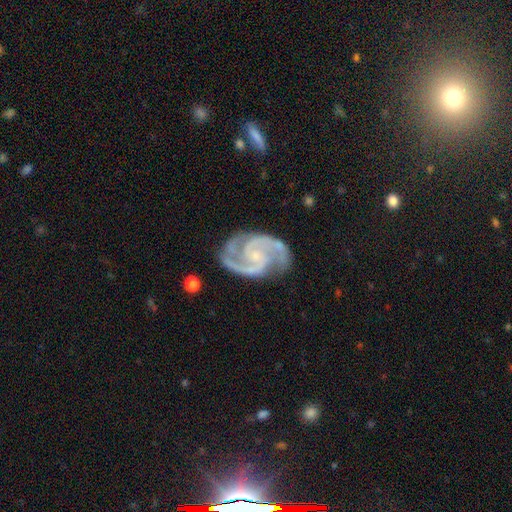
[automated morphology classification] Smooth or featured? featured or disk (94%)
Edge-on disk? no (98%)
Bar? no (51%)
Spiral arms? yes (99%)
Spiral winding? medium (57%)
Spiral arm count? 2 (88%)
Bulge size? small (72%)
Merging? none (78%)